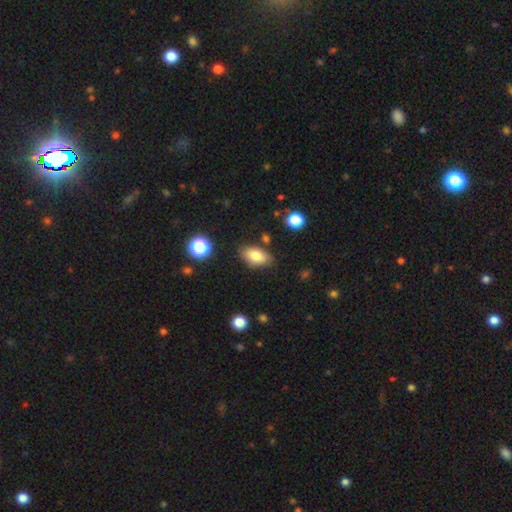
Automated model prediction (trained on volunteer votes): smooth_or_featured: smooth (p=0.80) [alt: featured or disk p=0.11]
how_rounded: in between (p=0.91) [alt: round p=0.06]
merging: none (p=0.79) [alt: minor disturbance p=0.14]